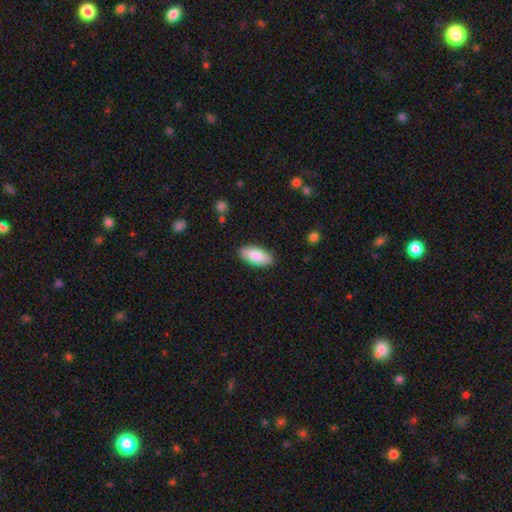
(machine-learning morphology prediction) Smooth or featured?
  - smooth: 84% *
  - featured or disk: 10%
  - star or artifact: 6%
How rounded?
  - in between: 88% *
  - cigar-shaped: 10%
  - round: 2%
Merging?
  - none: 88% *
  - minor disturbance: 9%
  - major disturbance: 2%
  - merger: 1%